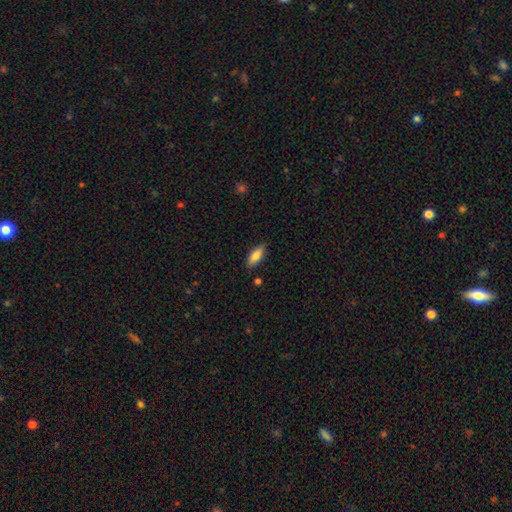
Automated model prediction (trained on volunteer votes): A smooth galaxy with no disk features (83%) that is in between round and cigar-shaped (77%). Merging: none (84%).